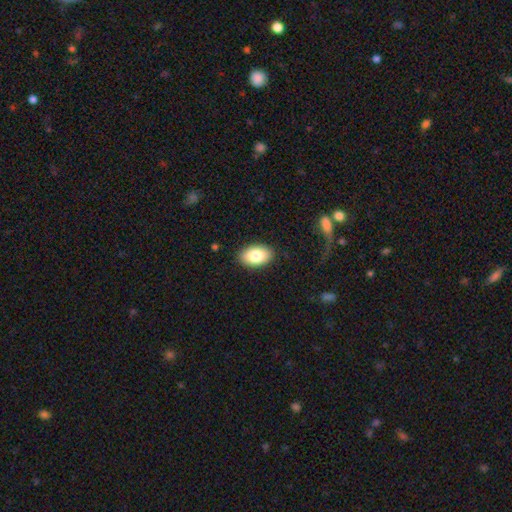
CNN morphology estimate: Overall: smooth (82%). How rounded: in between (91%). Merging: none (89%).